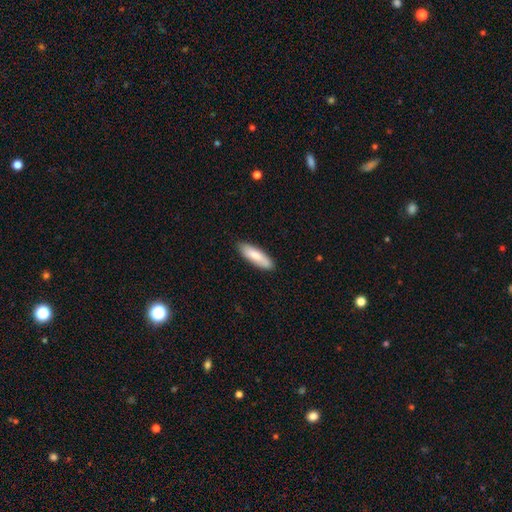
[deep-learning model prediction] This appears to be a smooth galaxy with no disk features (83%) that is cigar-shaped (56%). Merging: none (86%).